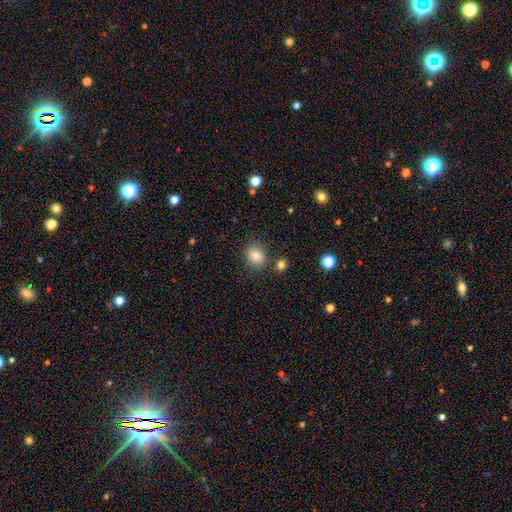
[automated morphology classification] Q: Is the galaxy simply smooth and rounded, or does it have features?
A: smooth — 84%.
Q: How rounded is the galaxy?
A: round — 59%.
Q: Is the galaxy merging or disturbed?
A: none — 81%.